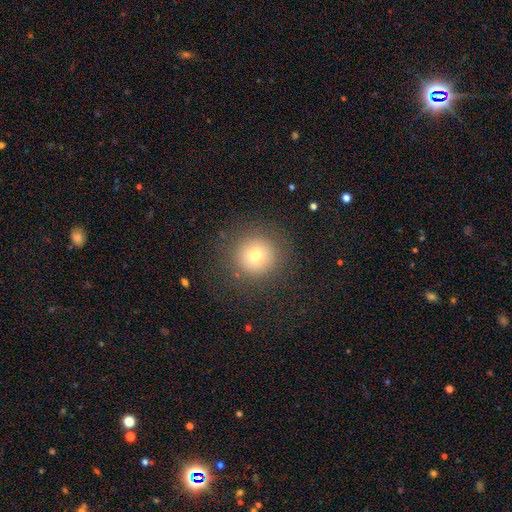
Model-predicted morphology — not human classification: Smooth or featured?
  - smooth: 73% *
  - star or artifact: 15%
  - featured or disk: 12%
How rounded?
  - round: 95% *
  - in between: 4%
  - cigar-shaped: 1%
Merging?
  - none: 86% *
  - minor disturbance: 8%
  - major disturbance: 4%
  - merger: 1%